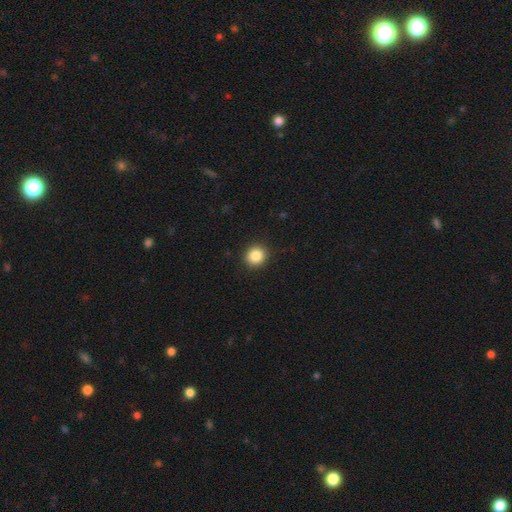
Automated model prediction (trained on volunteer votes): Smooth or featured?
  - smooth: 85% *
  - star or artifact: 10%
  - featured or disk: 5%
How rounded?
  - round: 86% *
  - in between: 13%
  - cigar-shaped: 1%
Merging?
  - none: 91% *
  - minor disturbance: 6%
  - major disturbance: 2%
  - merger: 1%